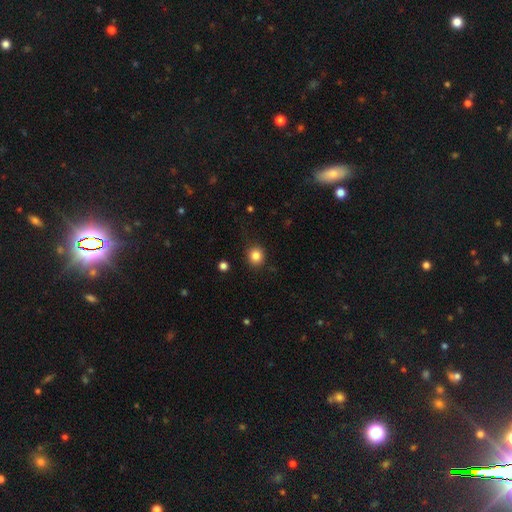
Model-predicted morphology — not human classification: Smooth or featured? smooth (84%)
How rounded? round (84%)
Merging? none (88%)